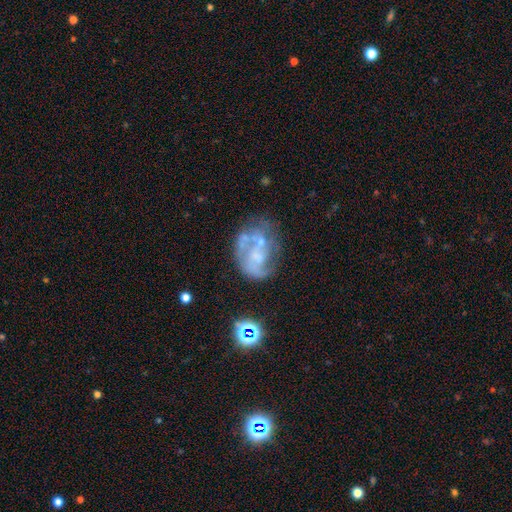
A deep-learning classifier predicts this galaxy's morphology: type=featured or disk (70%); edge-on=no (98%); bar=no (76%); spiral arms=no (52%); bulge=none (40%); merging=none (41%).